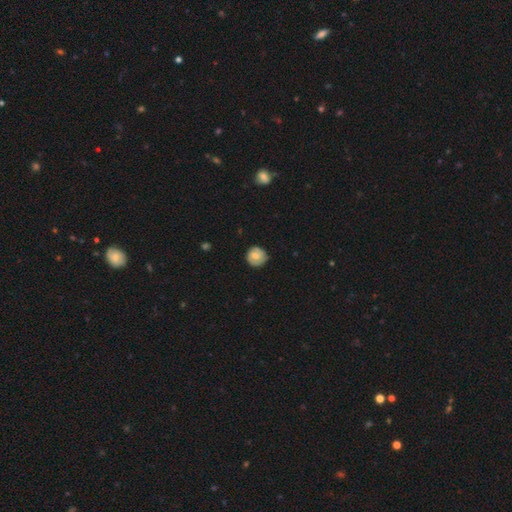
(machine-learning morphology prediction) This is possibly a smooth galaxy (57%). How rounded: clearly round (89%). Merging: likely none (75%).